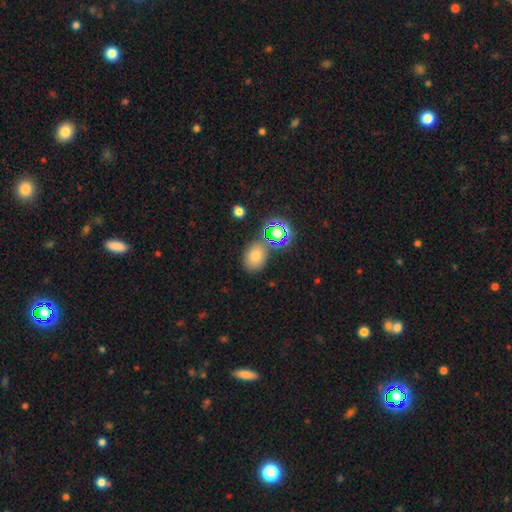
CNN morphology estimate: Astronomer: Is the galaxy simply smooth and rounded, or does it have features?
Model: smooth — 64%.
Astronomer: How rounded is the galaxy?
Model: in between — 56% (runner-up: round, 43%).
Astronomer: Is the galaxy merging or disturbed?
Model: none — 74%.